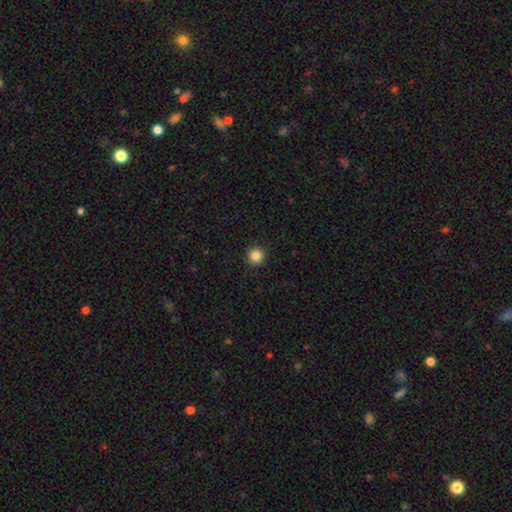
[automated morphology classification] Overall: smooth (85%). How rounded: round (95%). Merging: none (93%).